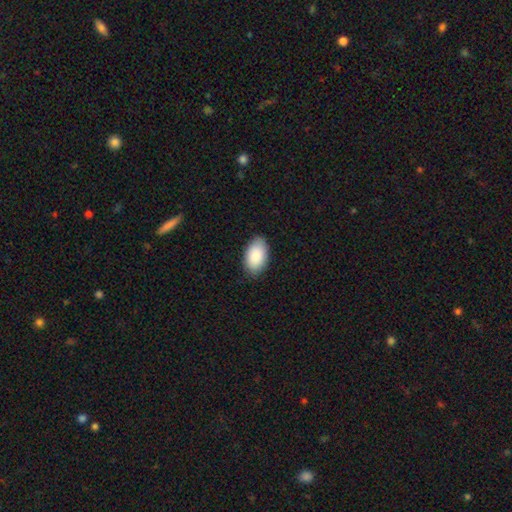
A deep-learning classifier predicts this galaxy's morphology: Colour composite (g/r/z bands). It shows a smooth galaxy with no disk features (88%) that is in between round and cigar-shaped (94%). Merging: none (86%).